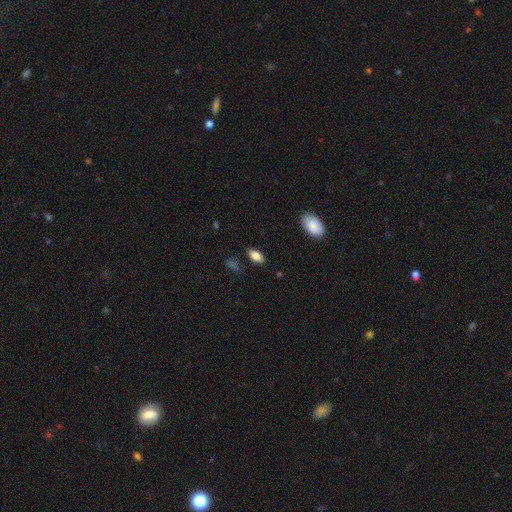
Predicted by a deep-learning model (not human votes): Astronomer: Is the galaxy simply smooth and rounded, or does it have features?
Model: smooth — 84%.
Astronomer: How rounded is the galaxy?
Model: in between — 91%.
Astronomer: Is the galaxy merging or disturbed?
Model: none — 85%.